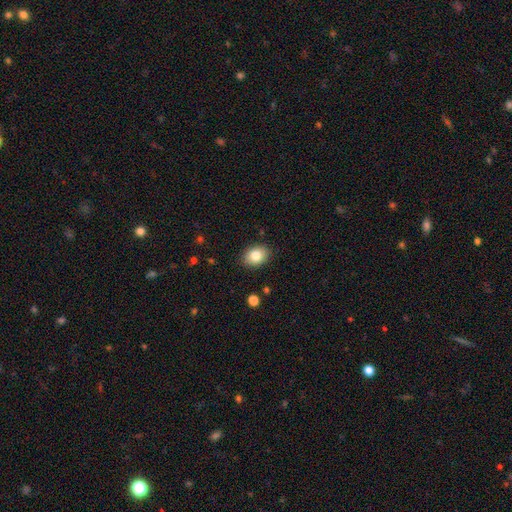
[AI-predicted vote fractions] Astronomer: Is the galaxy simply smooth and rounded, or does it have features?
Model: smooth — 82%.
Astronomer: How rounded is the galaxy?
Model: in between — 69%.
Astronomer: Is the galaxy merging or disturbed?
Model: none — 89%.